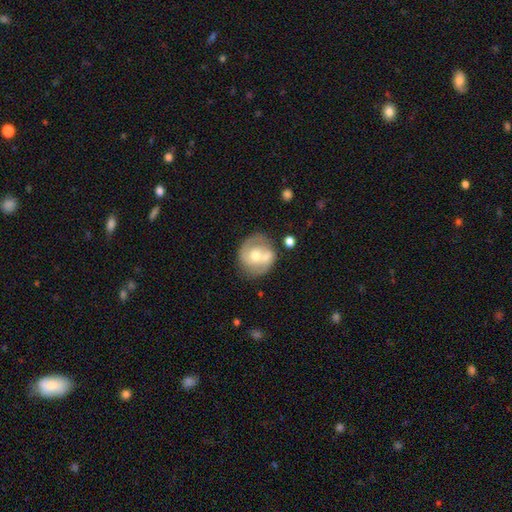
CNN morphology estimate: Smooth or featured? featured or disk (57%)
Edge-on disk? no (97%)
Bar? no (65%)
Spiral arms? yes (61%)
Bulge size? moderate (69%)
Merging? none (52%)